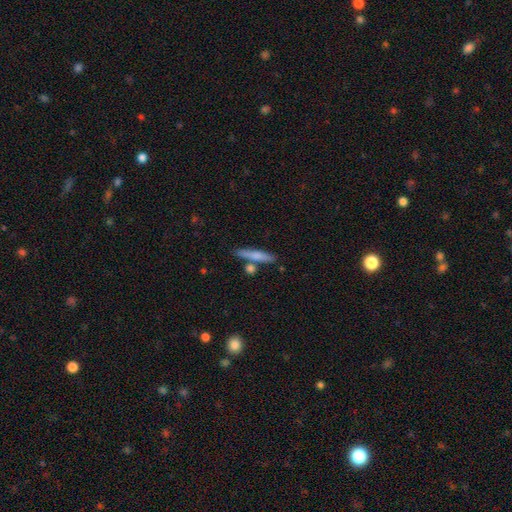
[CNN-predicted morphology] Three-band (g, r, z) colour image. It shows a smooth galaxy with no disk features (68%) that is cigar-shaped (88%). Merging: none (75%).